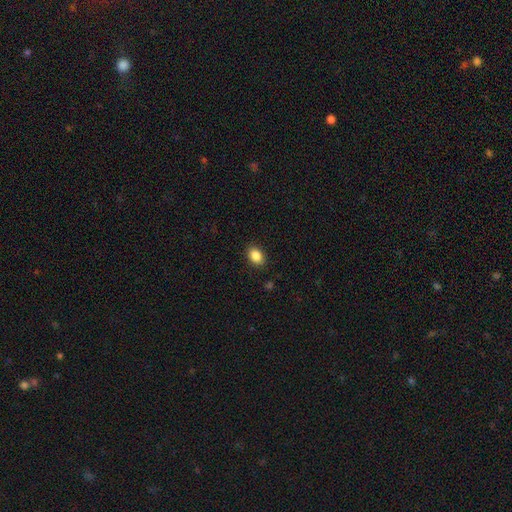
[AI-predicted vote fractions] Smooth or featured?
  - smooth: 87% *
  - star or artifact: 9%
  - featured or disk: 4%
How rounded?
  - in between: 79% *
  - round: 20%
  - cigar-shaped: 1%
Merging?
  - none: 88% *
  - minor disturbance: 9%
  - major disturbance: 2%
  - merger: 1%